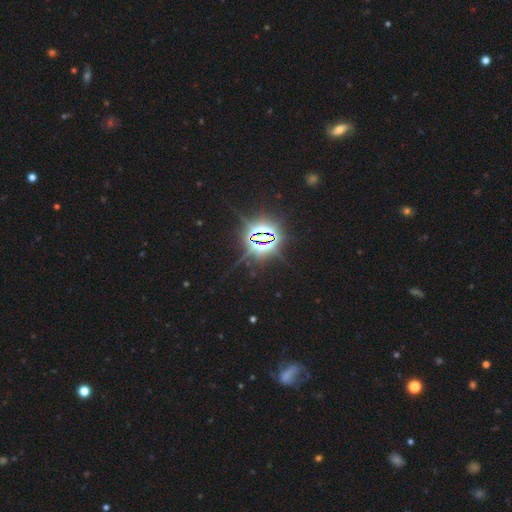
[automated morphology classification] Smooth or featured?
  - star or artifact: 85% *
  - smooth: 8%
  - featured or disk: 8%